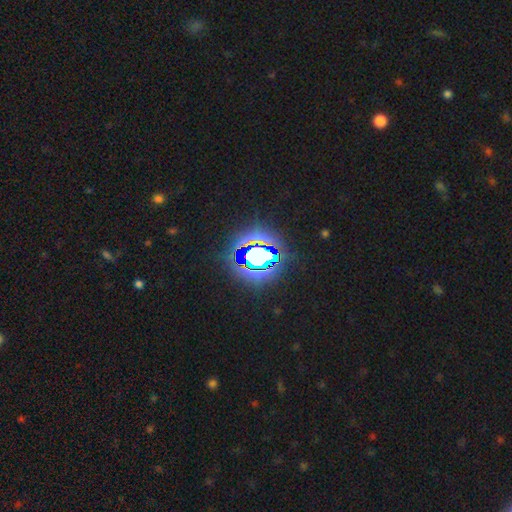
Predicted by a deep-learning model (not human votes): Overall: star or artifact (70%).